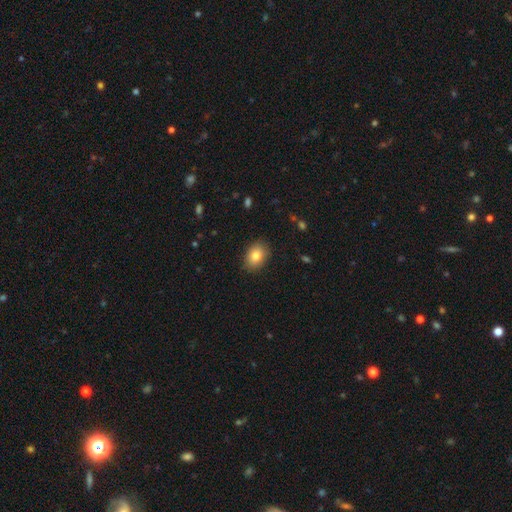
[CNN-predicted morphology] This appears to be a smooth galaxy with no disk features (82%) that is in between round and cigar-shaped (71%). Merging: none (87%).